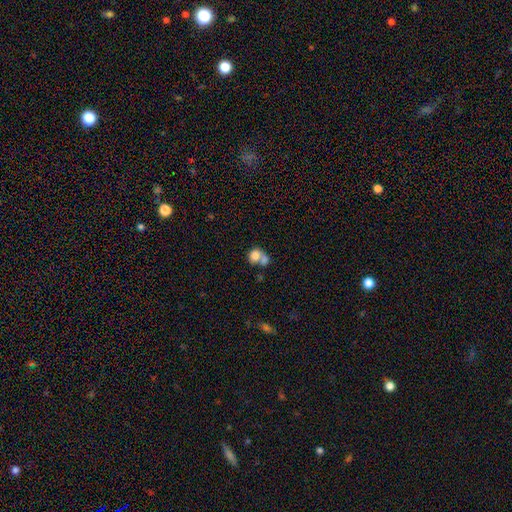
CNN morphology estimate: Q: Smooth or featured?
A: smooth (77%); runner-up: featured or disk (14%)
Q: How rounded?
A: round (68%); runner-up: in between (31%)
Q: Merging?
A: merger (57%); runner-up: none (28%)